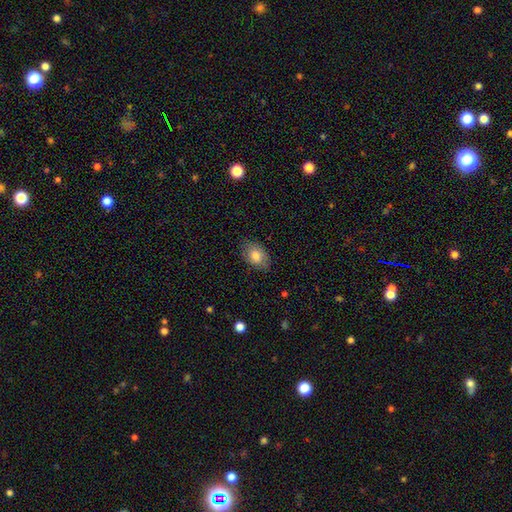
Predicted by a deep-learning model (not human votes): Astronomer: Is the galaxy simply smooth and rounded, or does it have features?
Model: smooth — 80%.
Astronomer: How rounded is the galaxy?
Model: in between — 86%.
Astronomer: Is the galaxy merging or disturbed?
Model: none — 78%.